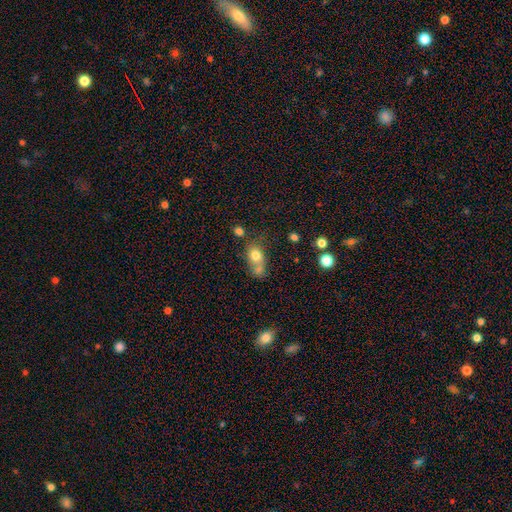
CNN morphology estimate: A smooth galaxy with no disk features (76%) that is in between round and cigar-shaped (51%). Merging: merger (47%).